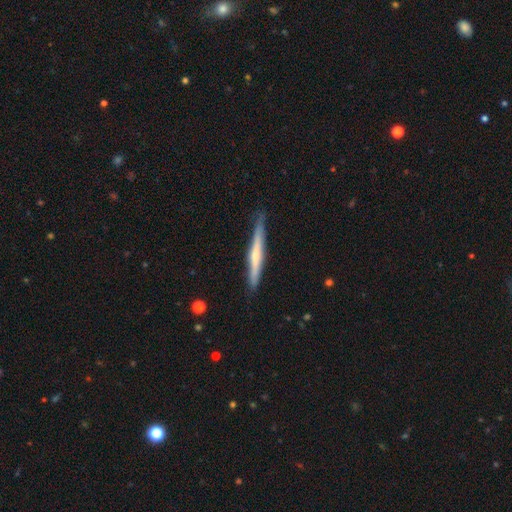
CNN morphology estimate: smooth-or-featured: featured or disk: 53% | smooth: 42% | star or artifact: 5%
  disk-edge-on: yes: 96% | no: 4%
    edge-on-bulge: none: 52% | rounded: 38% | boxy: 10%
  merging: none: 85% | minor disturbance: 12% | major disturbance: 2% | merger: 1%